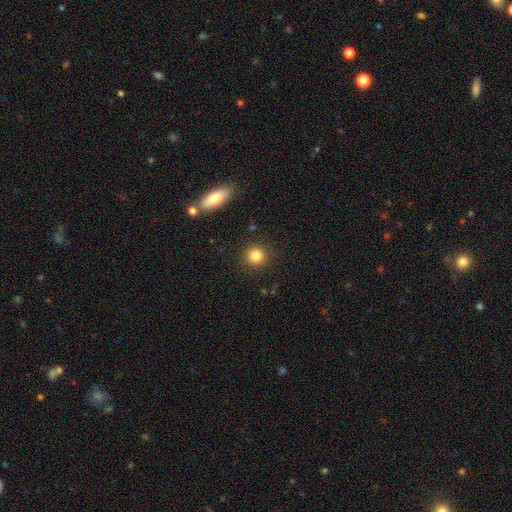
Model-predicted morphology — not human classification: type=smooth (83%); roundness=round (92%); merging=none (89%).